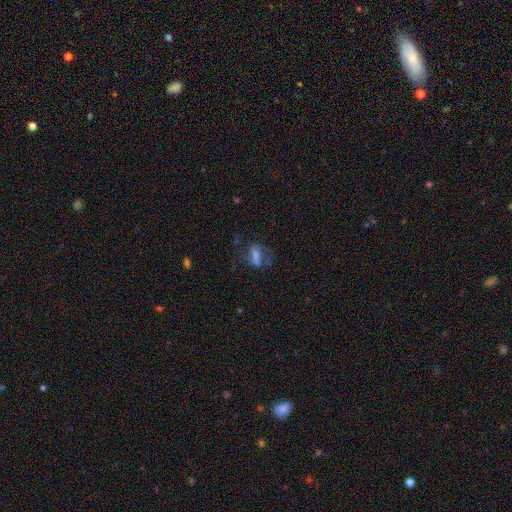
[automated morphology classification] Smooth or featured?
  - featured or disk: 47% *
  - smooth: 35%
  - star or artifact: 19%
Merging?
  - none: 52% *
  - major disturbance: 23%
  - minor disturbance: 19%
  - merger: 5%